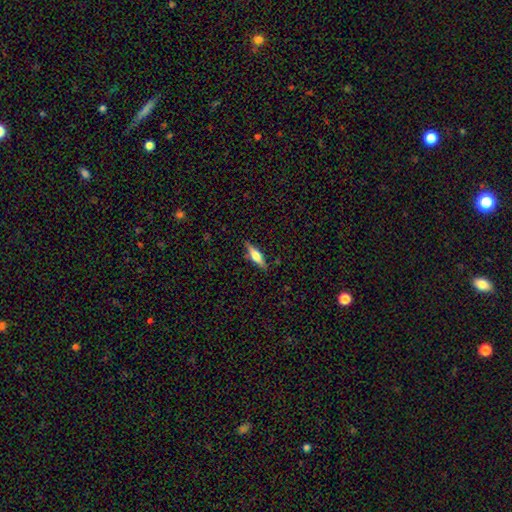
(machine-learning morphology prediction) This appears to be a featured or disk galaxy (51%) viewed edge-on (95%). Merging: none (86%).